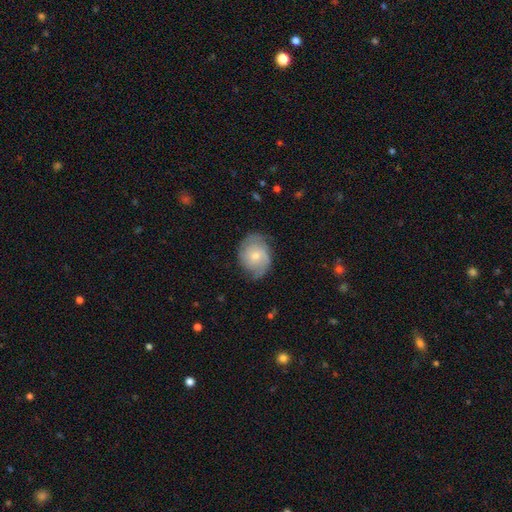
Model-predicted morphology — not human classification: Q: Smooth or featured?
A: featured or disk (66%); runner-up: smooth (28%)
Q: Edge-on disk?
A: no (97%); runner-up: yes (3%)
Q: Bar?
A: no (75%); runner-up: weak (22%)
Q: Spiral arms?
A: yes (90%); runner-up: no (10%)
Q: Spiral winding?
A: tight (45%); runner-up: medium (39%)
Q: Spiral arm count?
A: 2 (62%); runner-up: can't tell (18%)
Q: Bulge size?
A: small (53%); runner-up: moderate (42%)
Q: Merging?
A: none (68%); runner-up: minor disturbance (23%)